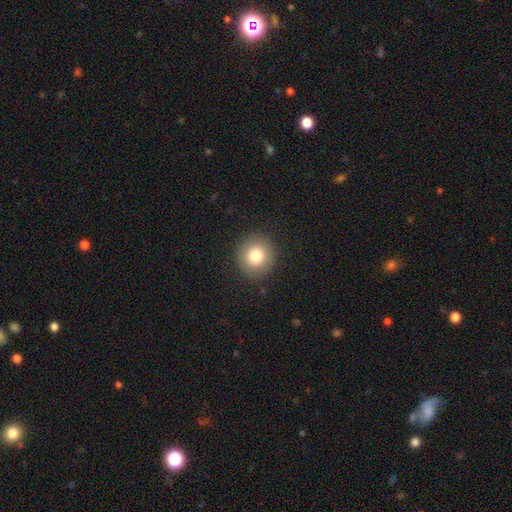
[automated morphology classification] Q: Smooth or featured?
A: smooth (80%); runner-up: featured or disk (10%)
Q: How rounded?
A: round (90%); runner-up: in between (9%)
Q: Merging?
A: none (90%); runner-up: minor disturbance (6%)